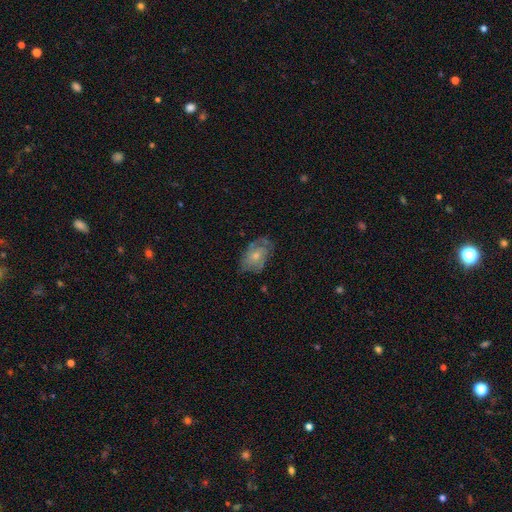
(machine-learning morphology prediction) This is possibly a featured or disk galaxy (57%). It is clearly not viewed edge-on (96%). Bar: likely no (75%). Spiral arm pattern: likely yes (77%). Central bulge: possibly small (50%). Merging: possibly none (60%).